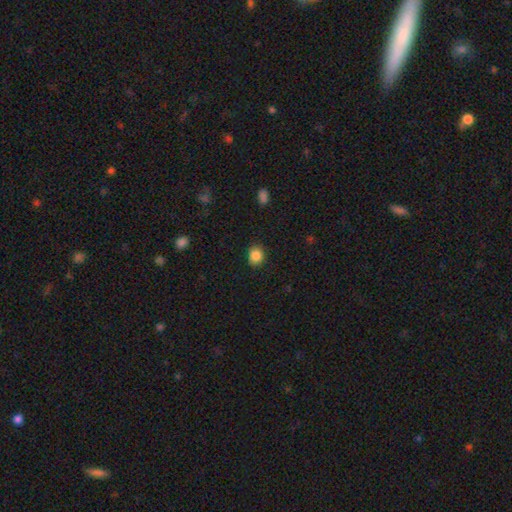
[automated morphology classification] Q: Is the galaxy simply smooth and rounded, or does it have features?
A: smooth — 86%.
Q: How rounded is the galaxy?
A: round — 73%.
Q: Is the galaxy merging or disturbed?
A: none — 86%.